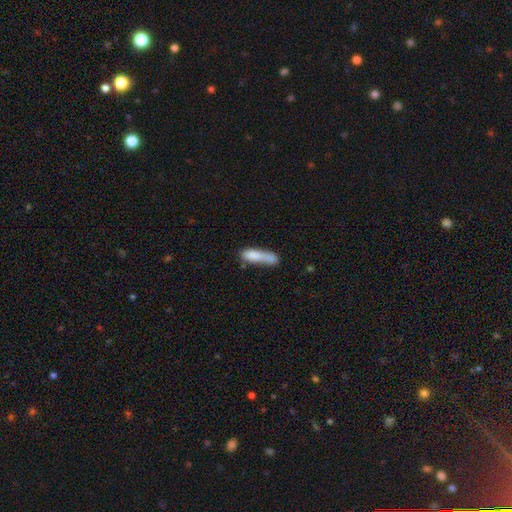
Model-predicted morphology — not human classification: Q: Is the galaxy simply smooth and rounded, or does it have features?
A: smooth — 76%.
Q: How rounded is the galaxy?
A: cigar-shaped — 69%.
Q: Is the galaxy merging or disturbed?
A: none — 34%.